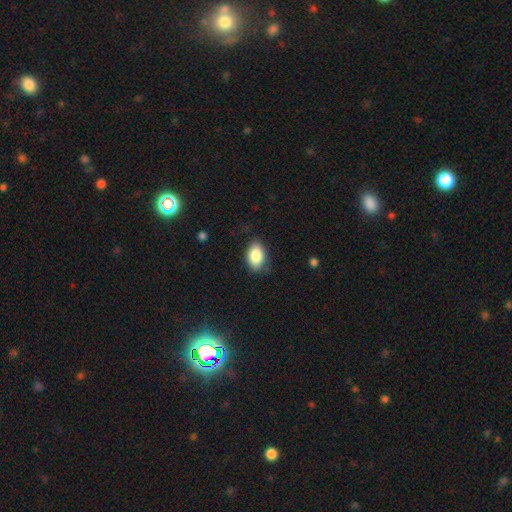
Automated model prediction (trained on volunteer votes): A smooth galaxy with no disk features (86%) that is in between round and cigar-shaped (89%).

Vote fractions:
- Smooth or featured? smooth: 86% / star or artifact: 7% / featured or disk: 7%
- How rounded? in between: 89% / round: 9% / cigar-shaped: 1%
- Merging? none: 79% / minor disturbance: 16% / major disturbance: 4% / merger: 1%